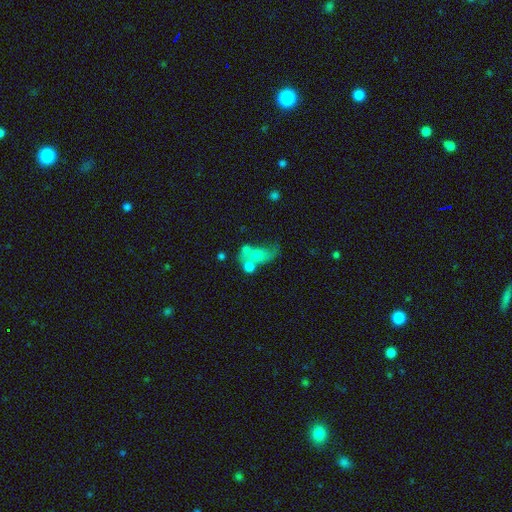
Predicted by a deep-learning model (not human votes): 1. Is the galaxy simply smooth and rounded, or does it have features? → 50% smooth, 38% featured or disk, 13% star or artifact.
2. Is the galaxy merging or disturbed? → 52% merger, 19% major disturbance, 18% none, 11% minor disturbance.